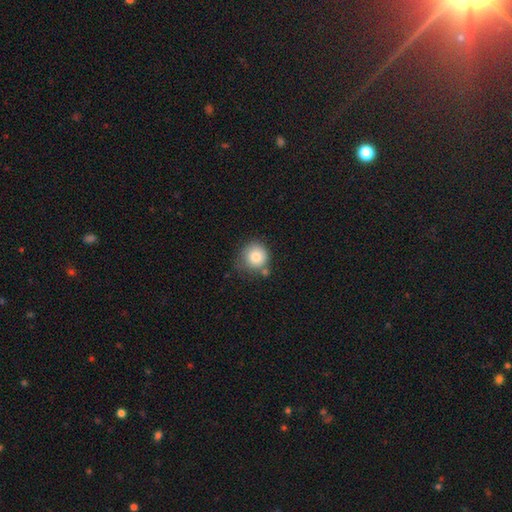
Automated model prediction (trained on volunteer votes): Morphology: type=smooth (81%); roundness=round (91%); merging=none (60%).